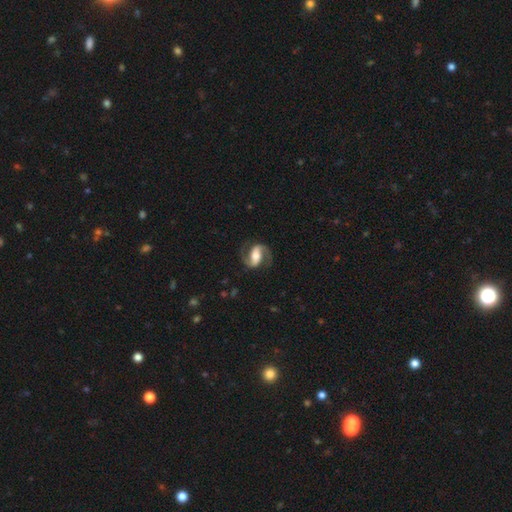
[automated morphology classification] A featured or disk galaxy (87%) with a strong bar (48%), 2 (93%) medium (54%) spiral arms (96%) and a moderate central bulge (57%). Merging: none (81%).